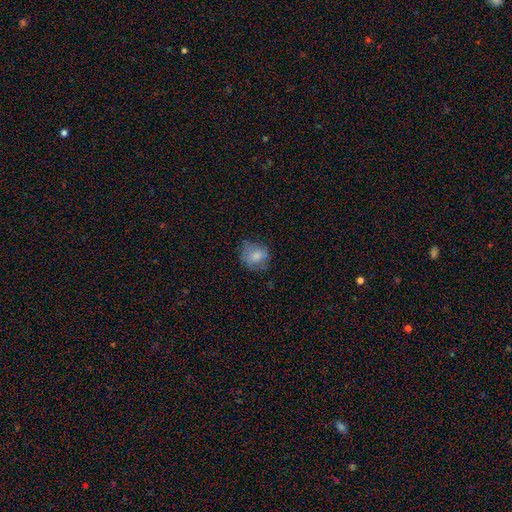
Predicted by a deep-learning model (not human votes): smooth 73%, featured or disk 18%, star or artifact 9%. Down the decision tree: how rounded — round (63%); merging — none (57%).